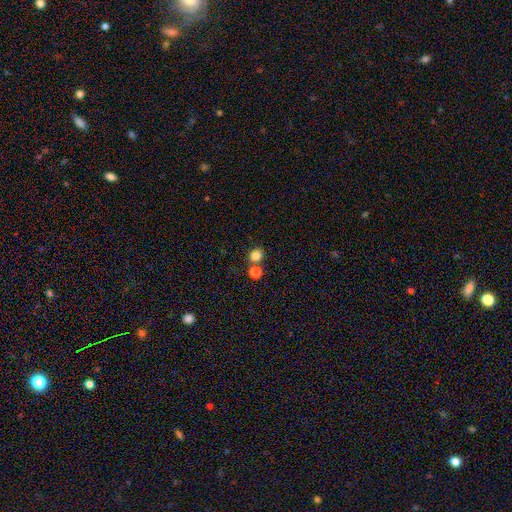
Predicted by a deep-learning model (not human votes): Overall: smooth (82%). How rounded: round (84%). Merging: none (71%).